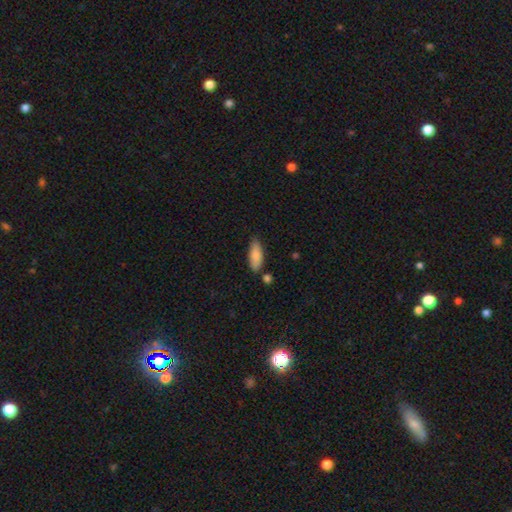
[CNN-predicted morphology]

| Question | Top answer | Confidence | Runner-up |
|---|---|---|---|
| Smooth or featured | smooth | 85% | featured or disk (9%) |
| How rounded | in between | 73% | cigar-shaped (25%) |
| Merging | none | 73% | minor disturbance (18%) |